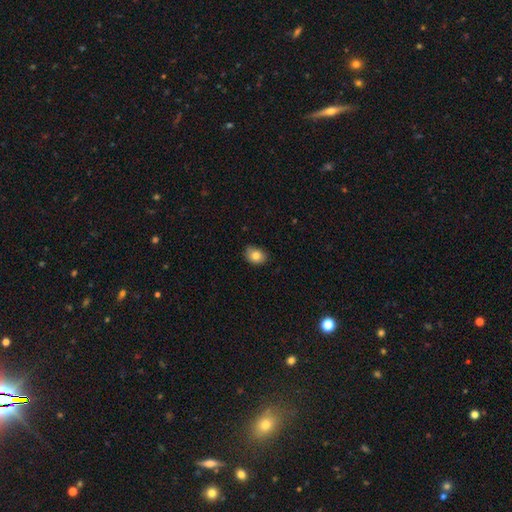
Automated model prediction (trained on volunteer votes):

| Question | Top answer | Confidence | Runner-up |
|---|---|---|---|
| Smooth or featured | smooth | 82% | featured or disk (9%) |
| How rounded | in between | 63% | round (36%) |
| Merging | none | 79% | minor disturbance (18%) |